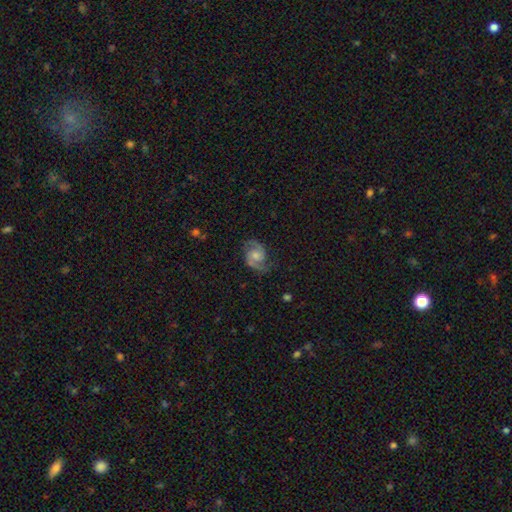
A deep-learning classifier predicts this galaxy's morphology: Overall: featured or disk (87%). Edge-on disk: no (98%). Bar: no (61%; weak 33%). Spiral arms: yes (98%). Spiral arm count: 2 (93%). Spiral winding: medium (58%; tight 23%). Bulge size: moderate (46%; small 34%). Merging: none (79%).